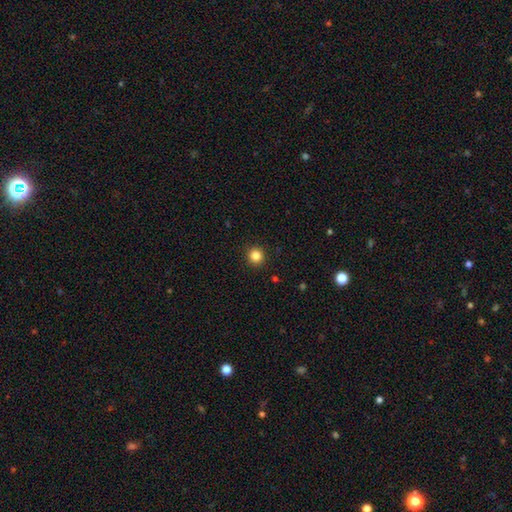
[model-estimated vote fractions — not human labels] A smooth galaxy with no disk features (85%) that is round (94%). Merging: none (92%).